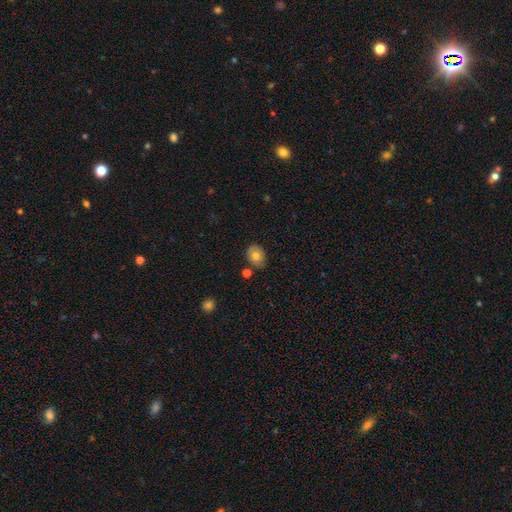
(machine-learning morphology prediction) A smooth galaxy with no disk features (77%) that is round (51%).

Vote fractions:
- Smooth or featured? smooth: 77% / featured or disk: 13% / star or artifact: 10%
- How rounded? round: 51% / in between: 49% / cigar-shaped: 1%
- Merging? none: 79% / minor disturbance: 13% / merger: 5% / major disturbance: 3%